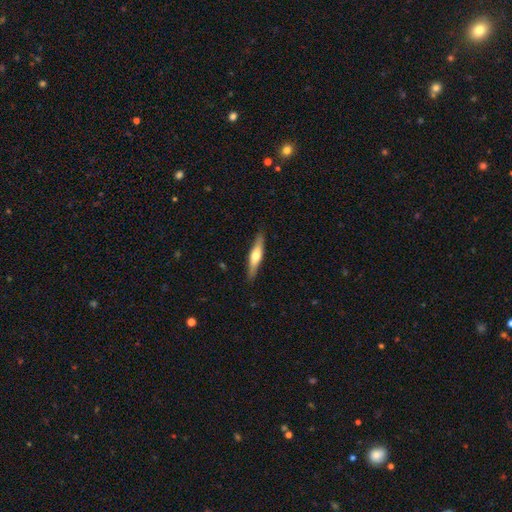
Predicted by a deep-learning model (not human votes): Smooth or featured?
  - featured or disk: 51% *
  - smooth: 43%
  - star or artifact: 5%
Edge-on disk?
  - yes: 92% *
  - no: 8%
Merging?
  - none: 88% *
  - minor disturbance: 9%
  - major disturbance: 2%
  - merger: 1%